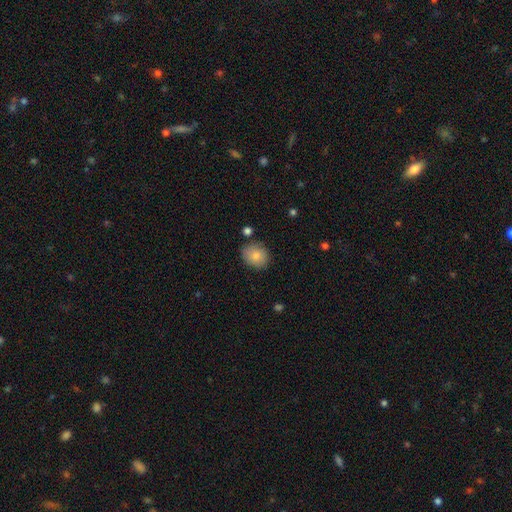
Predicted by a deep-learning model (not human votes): Q: Smooth or featured?
A: smooth (84%); runner-up: featured or disk (8%)
Q: How rounded?
A: round (65%); runner-up: in between (34%)
Q: Merging?
A: none (80%); runner-up: minor disturbance (13%)